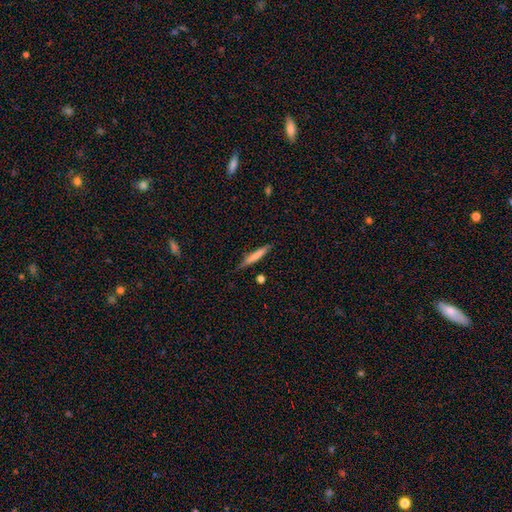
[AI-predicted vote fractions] Smooth or featured: smooth — 70% (featured or disk — 24%)
How rounded: cigar-shaped — 93% (in between — 5%)
Merging: none — 79% (minor disturbance — 16%)